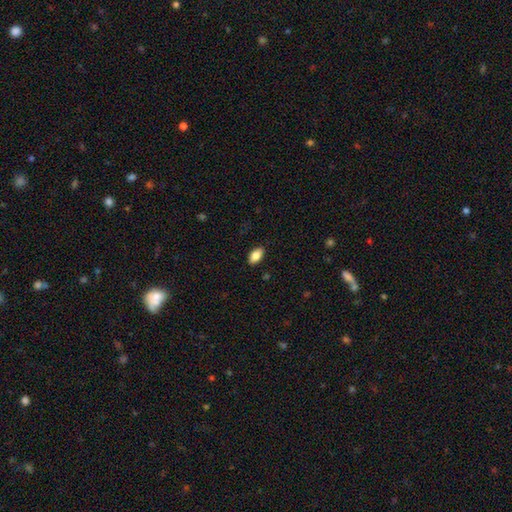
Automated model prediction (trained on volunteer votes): Smooth or featured? smooth (84%)
How rounded? in between (92%)
Merging? none (87%)